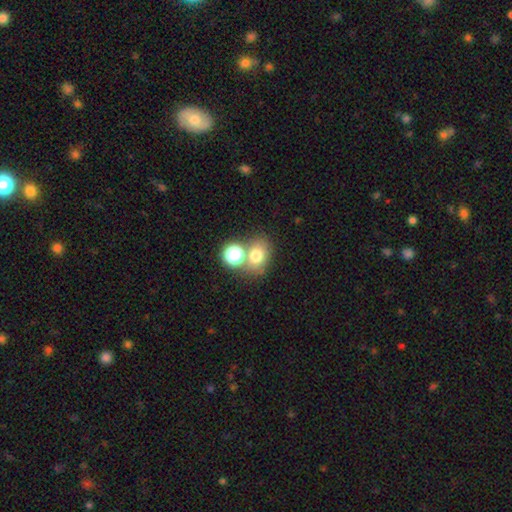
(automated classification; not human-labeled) Smooth or featured?
  - smooth: 72% *
  - star or artifact: 16%
  - featured or disk: 12%
How rounded?
  - round: 53% *
  - in between: 46%
  - cigar-shaped: 1%
Merging?
  - none: 56% *
  - merger: 29%
  - minor disturbance: 10%
  - major disturbance: 4%